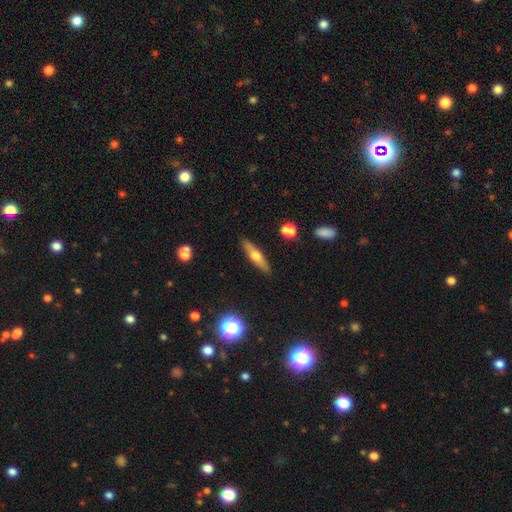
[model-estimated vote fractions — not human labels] smooth_or_featured: featured or disk (p=0.51) [alt: smooth p=0.42]
disk_edge_on: yes (p=0.92) [alt: no p=0.08]
merging: none (p=0.88) [alt: minor disturbance p=0.08]